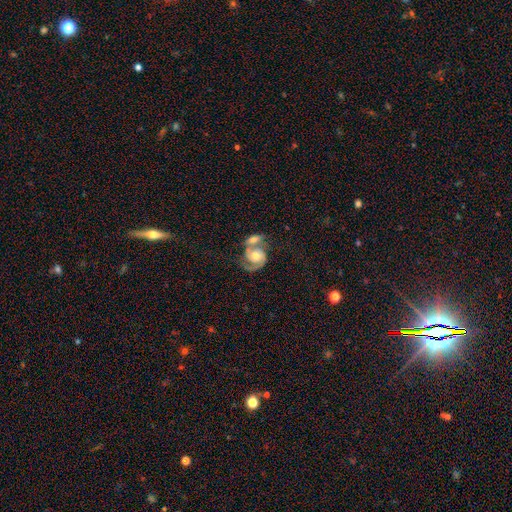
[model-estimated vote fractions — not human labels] smooth_or_featured: featured or disk (p=0.82) [alt: smooth p=0.13]
disk_edge_on: no (p=0.98) [alt: yes p=0.02]
bar: no (p=0.69) [alt: weak p=0.25]
has_spiral_arms: yes (p=0.95) [alt: no p=0.05]
spiral_winding: medium (p=0.46) [alt: tight p=0.39]
spiral_arm_count: 2 (p=0.78) [alt: 1 p=0.14]
bulge_size: moderate (p=0.62) [alt: small p=0.27]
merging: merger (p=0.57) [alt: none p=0.24]